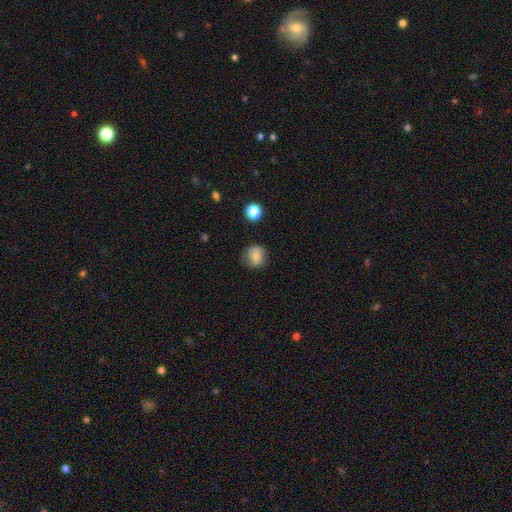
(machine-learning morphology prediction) This appears to be a smooth galaxy with no disk features (73%) that is round (83%). Merging: none (78%).